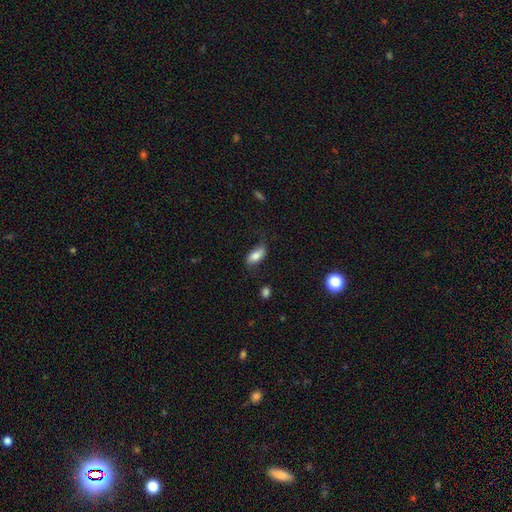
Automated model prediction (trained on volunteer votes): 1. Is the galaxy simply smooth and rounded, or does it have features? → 77% smooth, 15% featured or disk, 7% star or artifact.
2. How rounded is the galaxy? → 87% in between, 9% cigar-shaped, 4% round.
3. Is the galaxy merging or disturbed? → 67% none, 23% minor disturbance, 8% major disturbance, 2% merger.